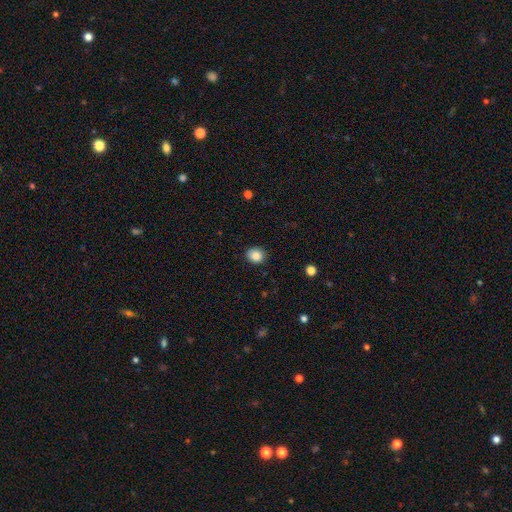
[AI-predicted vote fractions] Smooth or featured? smooth (87%)
How rounded? round (73%)
Merging? none (89%)